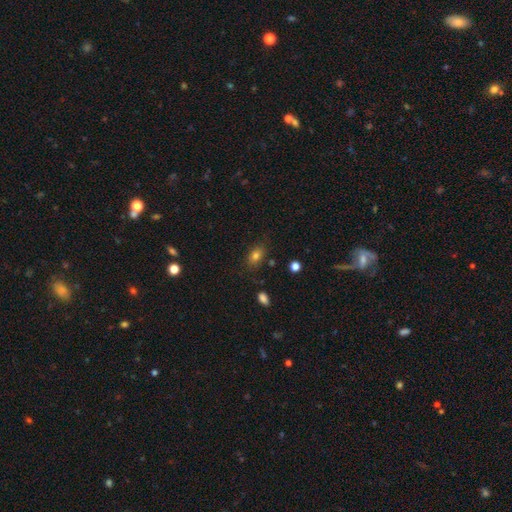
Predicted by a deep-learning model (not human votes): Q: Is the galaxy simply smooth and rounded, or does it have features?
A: smooth — 79%.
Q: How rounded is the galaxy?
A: in between — 81%.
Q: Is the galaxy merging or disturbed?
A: none — 79%.